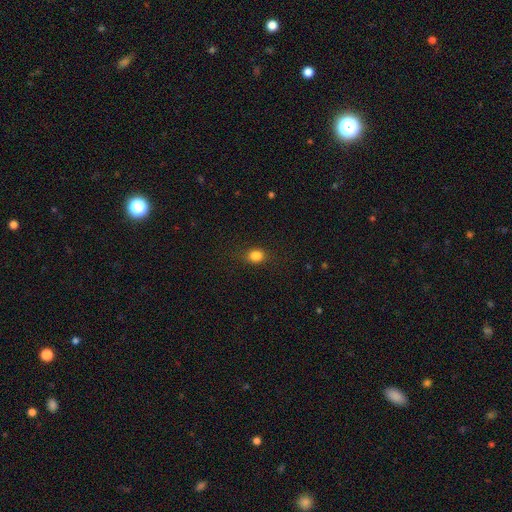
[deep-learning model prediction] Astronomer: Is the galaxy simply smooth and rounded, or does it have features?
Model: smooth — 83%.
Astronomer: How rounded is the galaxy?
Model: in between — 51% (runner-up: round, 47%).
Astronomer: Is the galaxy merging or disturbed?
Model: none — 79%.